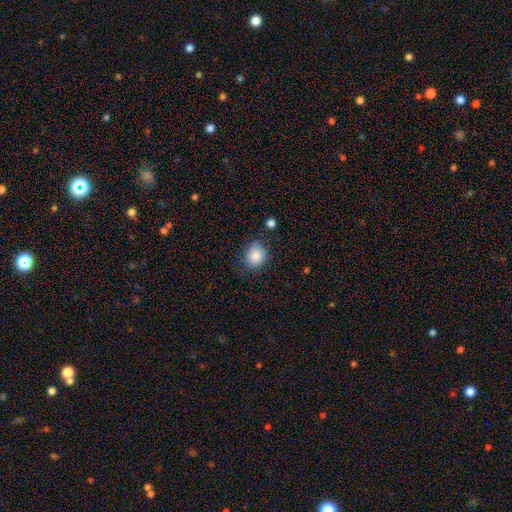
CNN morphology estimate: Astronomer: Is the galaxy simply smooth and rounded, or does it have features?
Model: smooth — 85%.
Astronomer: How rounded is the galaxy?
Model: round — 65%.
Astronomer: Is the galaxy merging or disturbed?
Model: none — 74%.